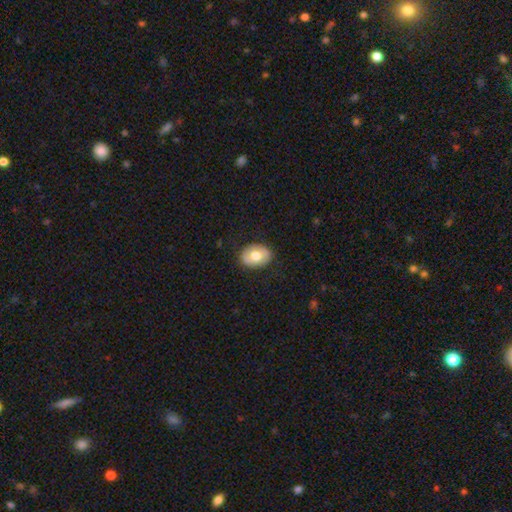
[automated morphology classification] smooth_or_featured: smooth (p=0.69) [alt: featured or disk p=0.25]
how_rounded: in between (p=0.73) [alt: round p=0.26]
merging: none (p=0.86) [alt: minor disturbance p=0.11]